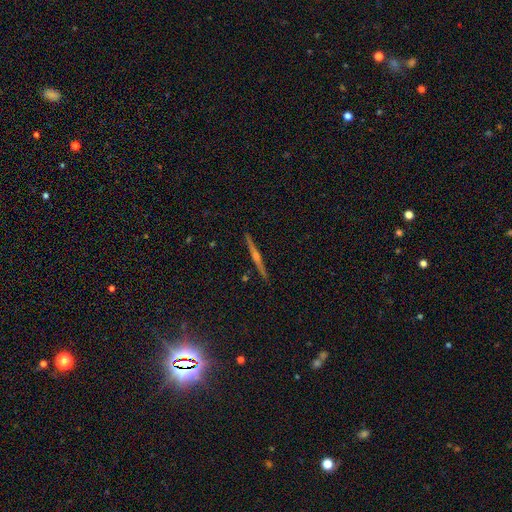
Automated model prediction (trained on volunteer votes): A featured or disk galaxy (78%) viewed edge-on (98%) with a rounded central bulge (79%). Merging: none (92%).